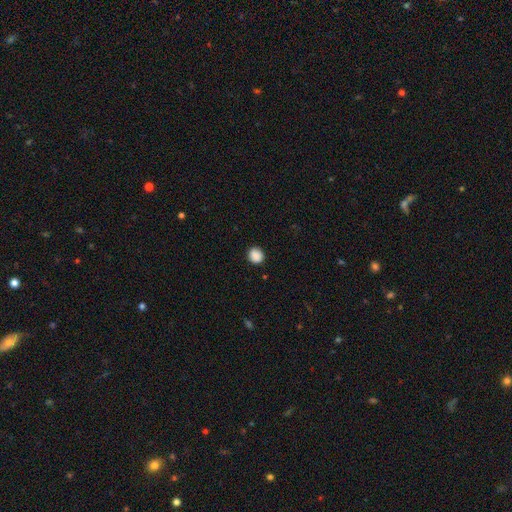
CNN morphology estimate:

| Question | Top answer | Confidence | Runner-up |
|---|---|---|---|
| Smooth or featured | smooth | 88% | star or artifact (9%) |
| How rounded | round | 86% | in between (13%) |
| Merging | none | 89% | minor disturbance (7%) |